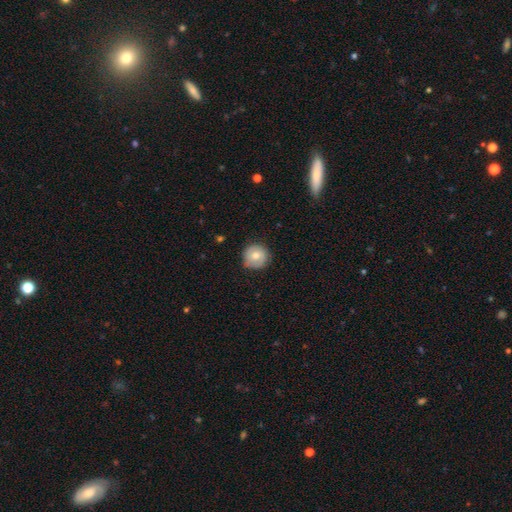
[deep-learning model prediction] Smooth or featured: smooth — 71% (featured or disk — 21%)
How rounded: round — 94% (in between — 5%)
Merging: none — 80% (minor disturbance — 16%)